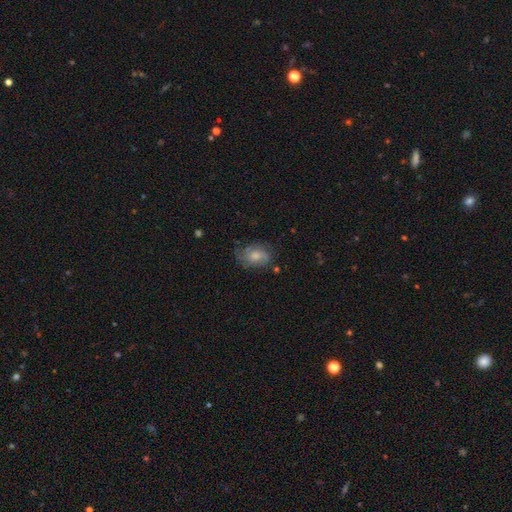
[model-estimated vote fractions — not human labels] smooth-or-featured: smooth: 57% | featured or disk: 35% | star or artifact: 9%
  how-rounded: in between: 78% | round: 20% | cigar-shaped: 2%
  merging: none: 59% | minor disturbance: 27% | major disturbance: 12% | merger: 2%